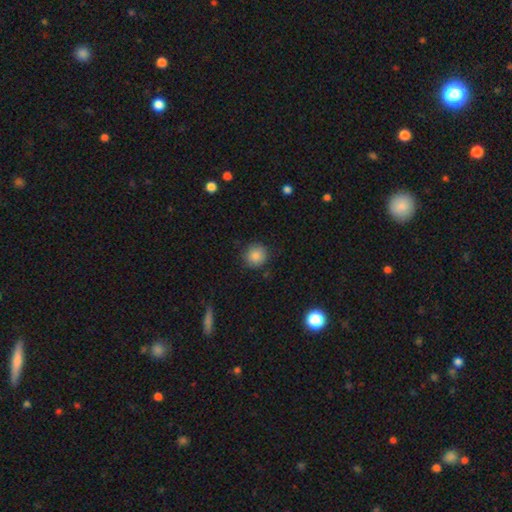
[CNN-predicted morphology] Smooth or featured?
  - smooth: 86% *
  - star or artifact: 9%
  - featured or disk: 5%
How rounded?
  - round: 92% *
  - in between: 7%
  - cigar-shaped: 1%
Merging?
  - none: 84% *
  - minor disturbance: 11%
  - major disturbance: 3%
  - merger: 1%